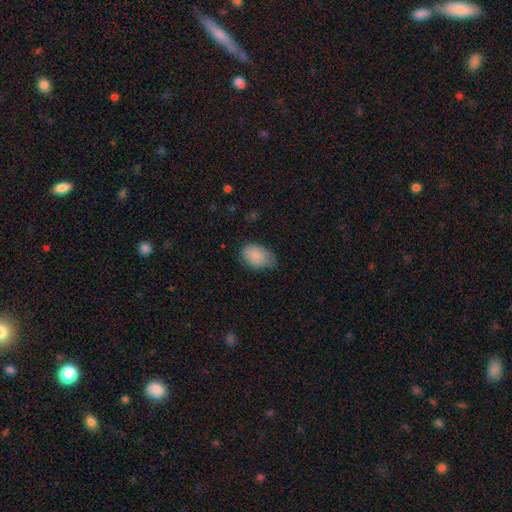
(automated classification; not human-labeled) Q: Smooth or featured?
A: smooth (84%); runner-up: featured or disk (8%)
Q: How rounded?
A: in between (83%); runner-up: round (16%)
Q: Merging?
A: none (60%); runner-up: minor disturbance (32%)